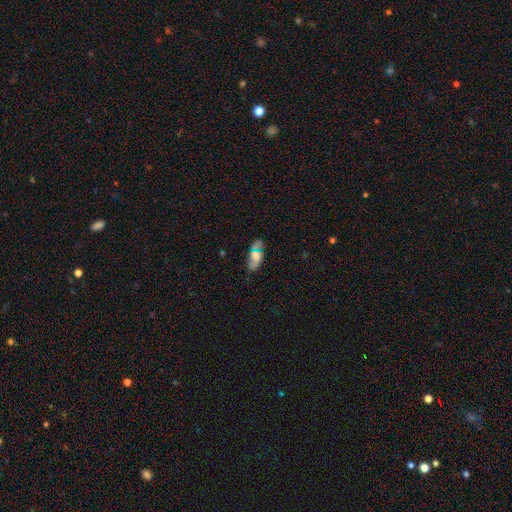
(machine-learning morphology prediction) Smooth or featured? smooth (60%)
How rounded? in between (78%)
Merging? none (72%)